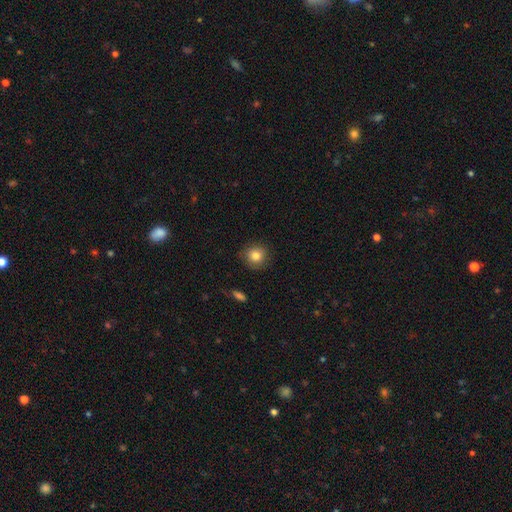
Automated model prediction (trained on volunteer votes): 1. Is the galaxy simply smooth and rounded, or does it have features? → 82% smooth, 10% star or artifact, 8% featured or disk.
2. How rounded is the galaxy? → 91% round, 8% in between, 1% cigar-shaped.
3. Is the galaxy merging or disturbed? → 86% none, 10% minor disturbance, 3% major disturbance, 1% merger.